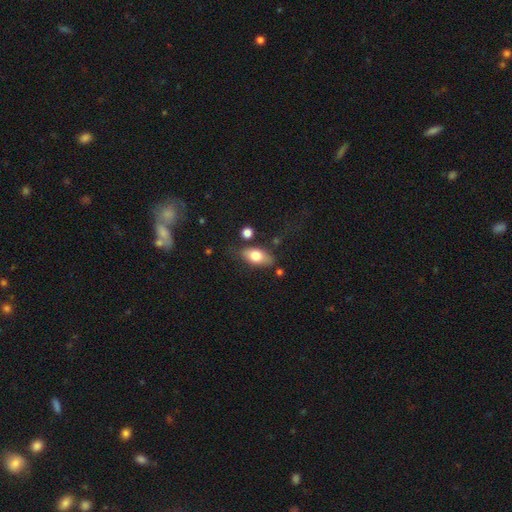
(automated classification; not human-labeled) A smooth galaxy with no disk features (74%) that is in between round and cigar-shaped (87%). Merging: none (73%).